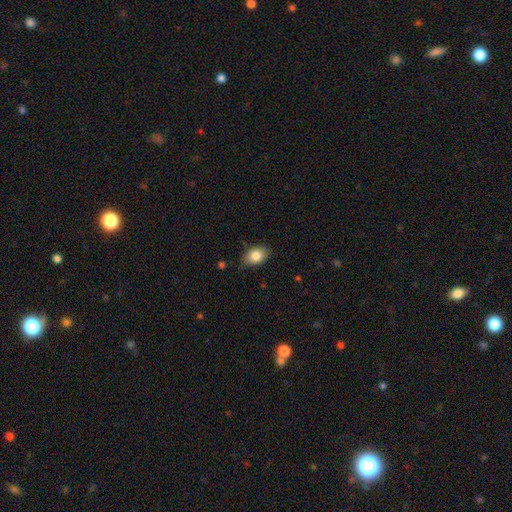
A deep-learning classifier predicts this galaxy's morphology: A smooth galaxy with no disk features (84%) that is in between round and cigar-shaped (85%).

Vote fractions:
- Smooth or featured? smooth: 84% / featured or disk: 8% / star or artifact: 8%
- How rounded? in between: 85% / round: 14% / cigar-shaped: 1%
- Merging? none: 84% / minor disturbance: 12% / major disturbance: 2% / merger: 1%